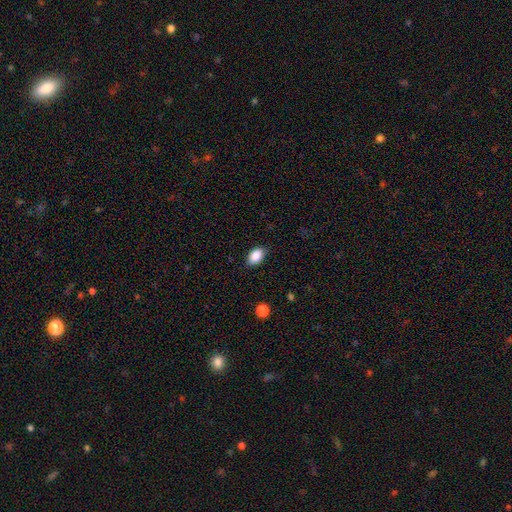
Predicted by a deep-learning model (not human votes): The model was most divided on "merging": none: 85%, minor disturbance: 11%, major disturbance: 3%, merger: 1%. More confident: how rounded — in between (90%); smooth or featured — smooth (88%).